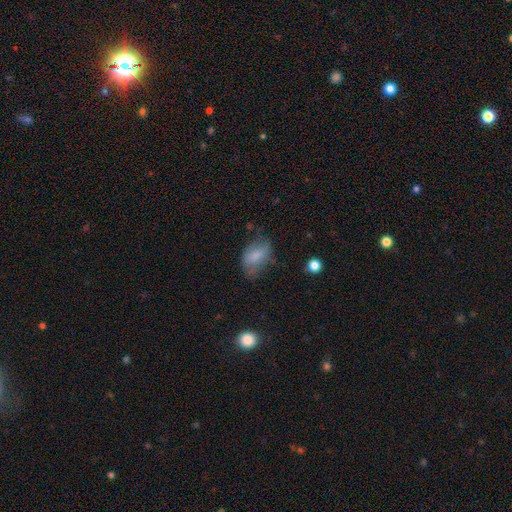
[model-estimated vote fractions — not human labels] Smooth or featured?
  - smooth: 71% *
  - featured or disk: 20%
  - star or artifact: 8%
How rounded?
  - in between: 90% *
  - round: 8%
  - cigar-shaped: 3%
Merging?
  - none: 53% *
  - minor disturbance: 31%
  - major disturbance: 13%
  - merger: 2%